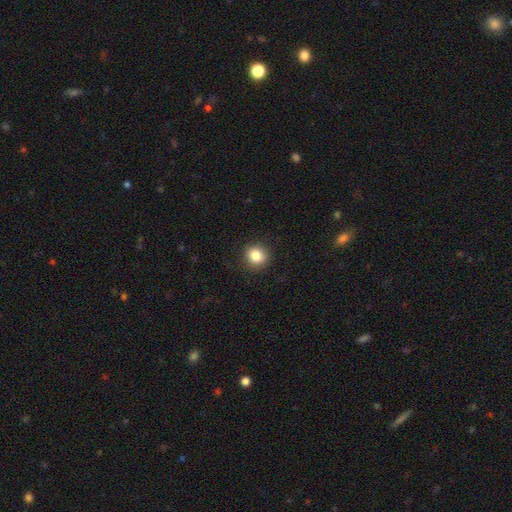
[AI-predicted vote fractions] smooth 85%, star or artifact 10%, featured or disk 5%. Down the decision tree: how rounded — round (78%); merging — none (89%).